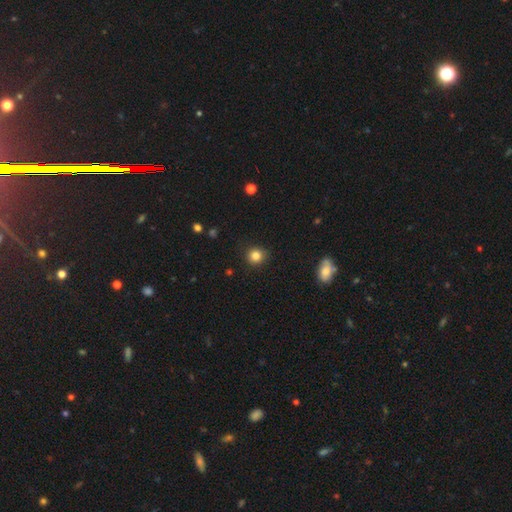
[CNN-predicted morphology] smooth_or_featured: smooth (p=0.84) [alt: star or artifact p=0.12]
how_rounded: round (p=0.90) [alt: in between p=0.09]
merging: none (p=0.89) [alt: minor disturbance p=0.08]